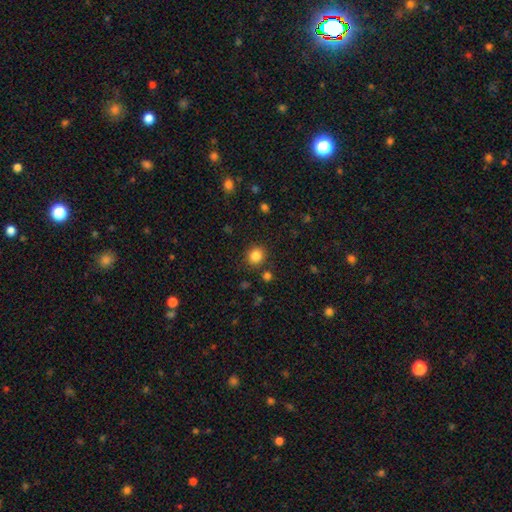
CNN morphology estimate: Smooth or featured? Predicted: smooth (p=0.84). How rounded? Predicted: round (p=0.83). Merging? Predicted: none (p=0.86).